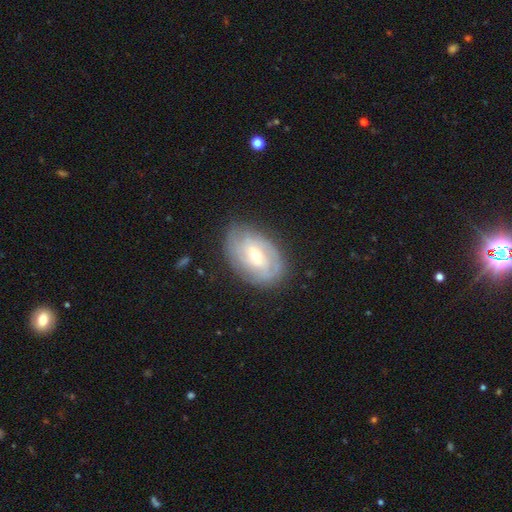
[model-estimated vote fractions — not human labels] smooth-or-featured: featured or disk: 73% | smooth: 20% | star or artifact: 6%
  disk-edge-on: no: 94% | yes: 6%
    bar: weak: 43% | no: 41% | strong: 15%
    has-spiral-arms: yes: 84% | no: 16%
      spiral-winding: tight: 68% | medium: 25% | loose: 8%
      spiral-arm-count: can't tell: 46% | 2: 26% | 3: 13% | 4: 7% | 1: 4% | more than 4: 4%
    bulge-size: small: 49% | moderate: 48% | large: 2% | none: 1% | dominant: 1%
  merging: none: 79% | minor disturbance: 15% | major disturbance: 4% | merger: 1%